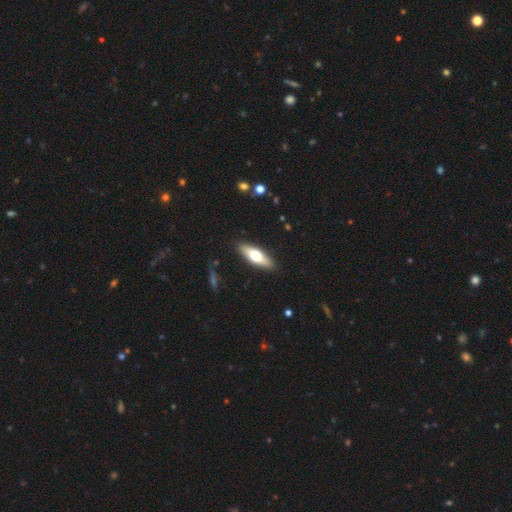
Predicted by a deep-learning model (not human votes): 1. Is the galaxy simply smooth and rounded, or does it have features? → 58% smooth, 36% featured or disk, 6% star or artifact.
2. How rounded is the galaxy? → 56% in between, 41% cigar-shaped, 2% round.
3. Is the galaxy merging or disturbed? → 89% none, 8% minor disturbance, 2% major disturbance, 1% merger.